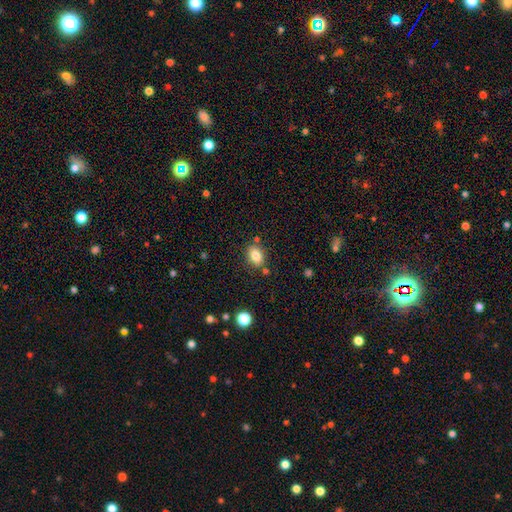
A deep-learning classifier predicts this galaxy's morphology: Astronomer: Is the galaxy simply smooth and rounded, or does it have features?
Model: smooth — 81%.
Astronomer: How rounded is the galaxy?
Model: in between — 76%.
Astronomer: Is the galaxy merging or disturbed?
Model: none — 78%.